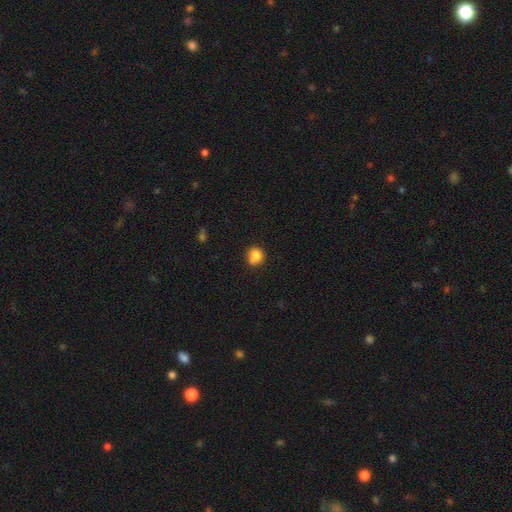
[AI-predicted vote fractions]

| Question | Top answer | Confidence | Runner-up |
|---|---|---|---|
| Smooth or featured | smooth | 81% | star or artifact (10%) |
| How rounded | round | 78% | in between (21%) |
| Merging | none | 57% | minor disturbance (25%) |